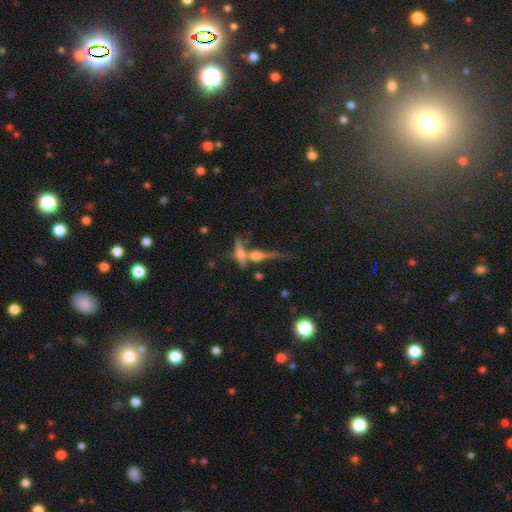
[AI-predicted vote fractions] smooth-or-featured: featured or disk: 58% | smooth: 27% | star or artifact: 14%
  disk-edge-on: yes: 88% | no: 12%
    edge-on-bulge: rounded: 80% | boxy: 10% | none: 10%
  merging: none: 46% | merger: 35% | minor disturbance: 11% | major disturbance: 7%